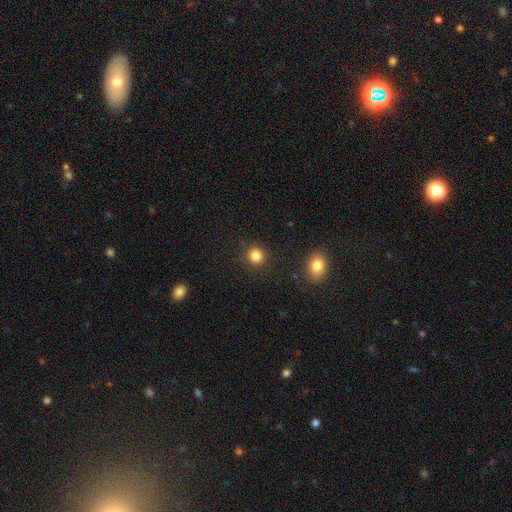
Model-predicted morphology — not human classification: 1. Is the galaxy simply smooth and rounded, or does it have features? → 84% smooth, 12% star or artifact, 4% featured or disk.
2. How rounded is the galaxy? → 89% round, 10% in between, 1% cigar-shaped.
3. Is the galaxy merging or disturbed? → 89% none, 7% minor disturbance, 2% major disturbance, 2% merger.